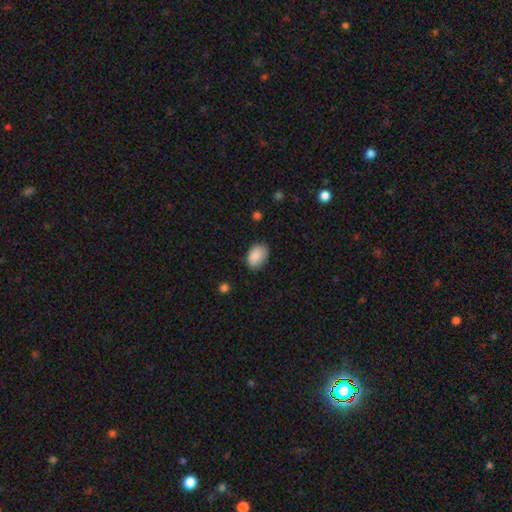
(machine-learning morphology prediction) A smooth galaxy with no disk features (87%) that is in between round and cigar-shaped (86%). Merging: none (79%).